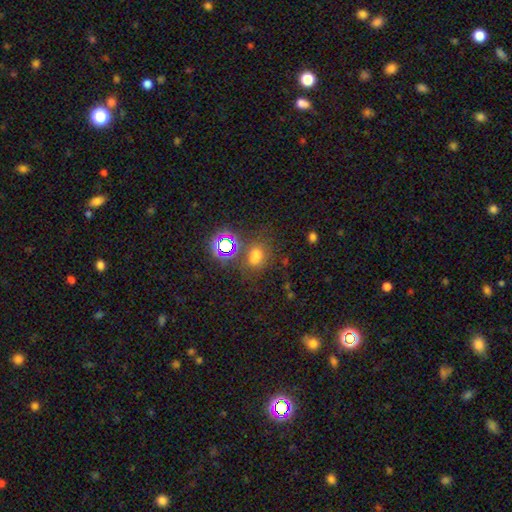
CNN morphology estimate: type=smooth (56%); roundness=round (51%); merging=none (56%).